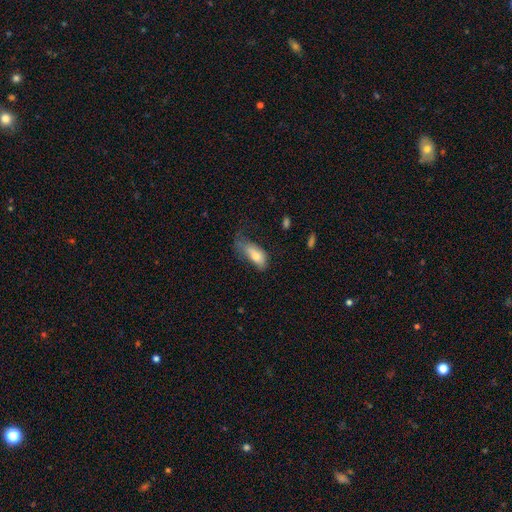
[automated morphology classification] Smooth or featured? Predicted: smooth (p=0.73). How rounded? Predicted: in between (p=0.85). Merging? Predicted: minor disturbance (p=0.36).